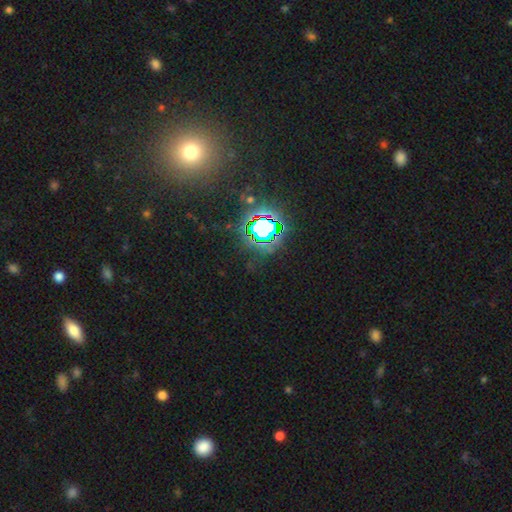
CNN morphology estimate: This appears to be a star or artifact, not a galaxy (79%).